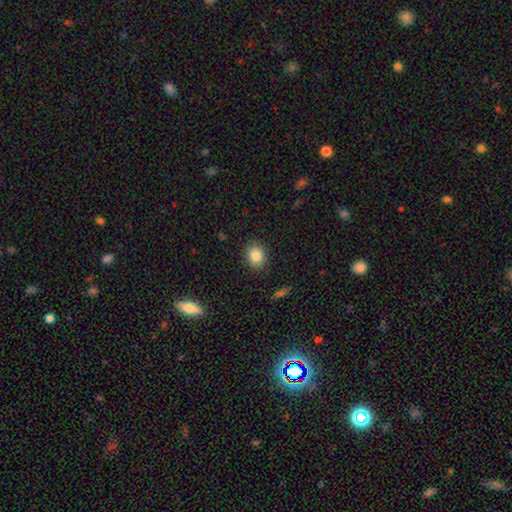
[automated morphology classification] Overall: smooth (85%). How rounded: round (61%; in between 38%). Merging: none (89%).